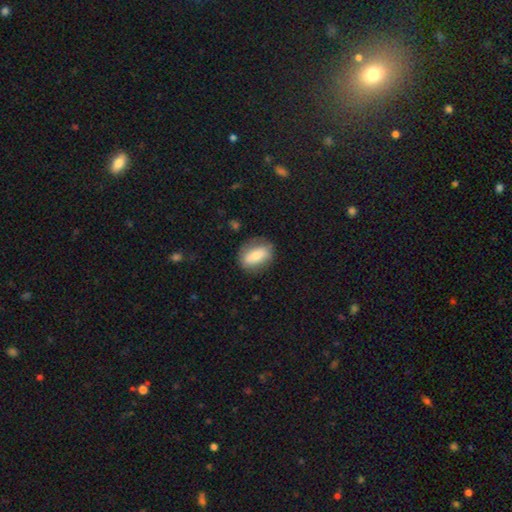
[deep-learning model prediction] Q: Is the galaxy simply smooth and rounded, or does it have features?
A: smooth — 69%.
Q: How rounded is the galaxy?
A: in between — 80%.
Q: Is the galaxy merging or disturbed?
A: none — 75%.